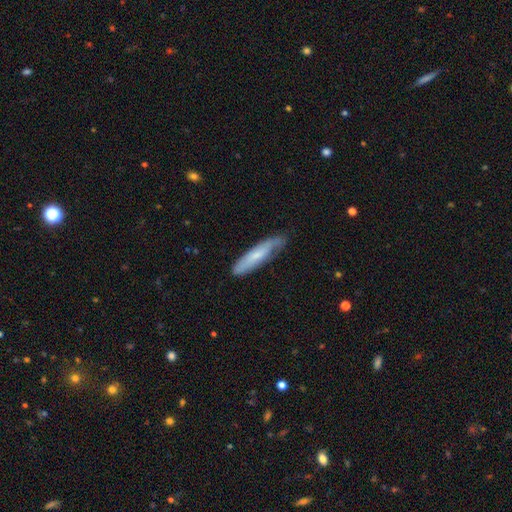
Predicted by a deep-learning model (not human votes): Smooth or featured: smooth — 60% (featured or disk — 34%)
How rounded: cigar-shaped — 79% (in between — 19%)
Merging: none — 66% (minor disturbance — 26%)